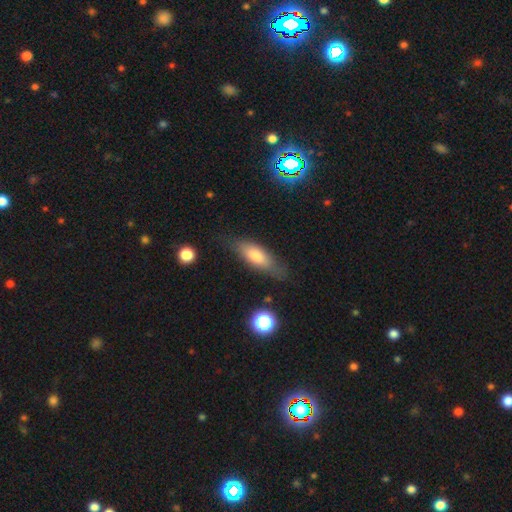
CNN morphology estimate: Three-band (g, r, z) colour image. It shows a smooth galaxy with no disk features (70%) that is in between round and cigar-shaped (62%). Merging: none (74%).